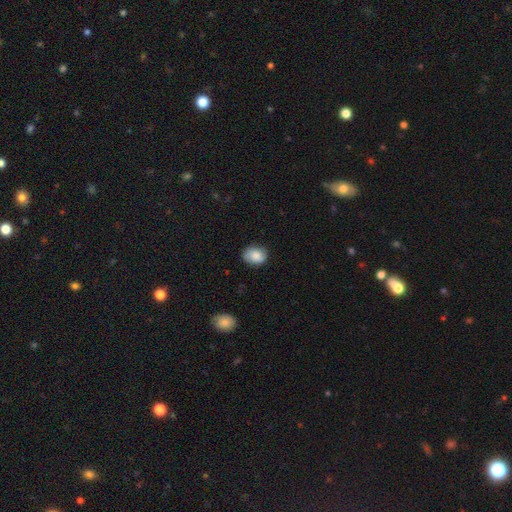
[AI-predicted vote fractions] Smooth or featured: smooth — 81% (featured or disk — 12%)
How rounded: in between — 57% (round — 42%)
Merging: none — 77% (minor disturbance — 18%)